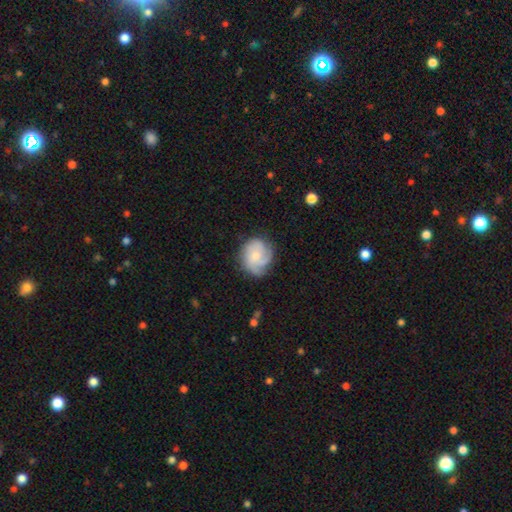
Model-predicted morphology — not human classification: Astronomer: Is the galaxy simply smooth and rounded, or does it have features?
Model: featured or disk — 60%.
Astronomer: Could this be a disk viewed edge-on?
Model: no — 98%.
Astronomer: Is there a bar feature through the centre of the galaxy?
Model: no — 75%.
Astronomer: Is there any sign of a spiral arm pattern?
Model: yes — 91%.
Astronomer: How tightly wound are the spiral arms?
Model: tight — 45% (runner-up: medium, 39%).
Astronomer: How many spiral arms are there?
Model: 3 — 41% (runner-up: can't tell, 24%).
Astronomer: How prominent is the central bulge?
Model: small — 51% (runner-up: moderate, 40%).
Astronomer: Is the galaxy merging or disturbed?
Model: none — 67%.